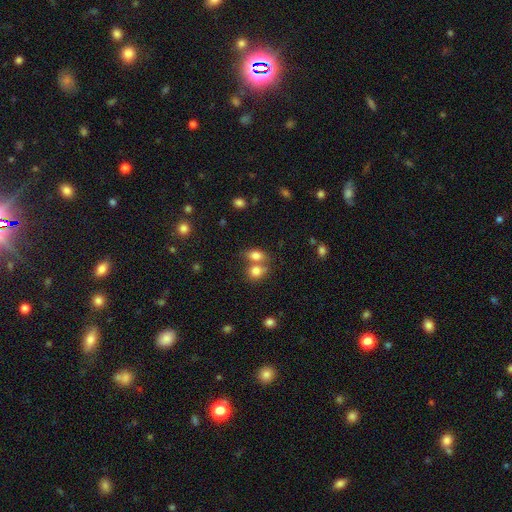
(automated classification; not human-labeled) A smooth galaxy with no disk features (80%) that is in between round and cigar-shaped (78%).

Vote fractions:
- Smooth or featured? smooth: 80% / star or artifact: 10% / featured or disk: 10%
- How rounded? in between: 78% / round: 19% / cigar-shaped: 3%
- Merging? merger: 49% / none: 37% / minor disturbance: 9% / major disturbance: 4%